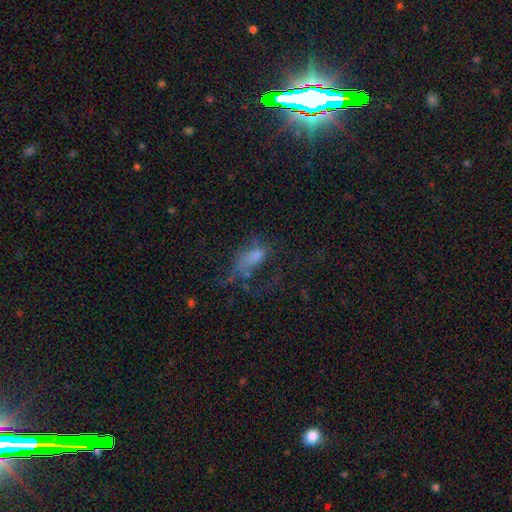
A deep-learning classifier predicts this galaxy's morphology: smooth-or-featured: smooth: 49% | featured or disk: 31% | star or artifact: 19%
  merging: major disturbance: 54% | none: 25% | minor disturbance: 15% | merger: 6%